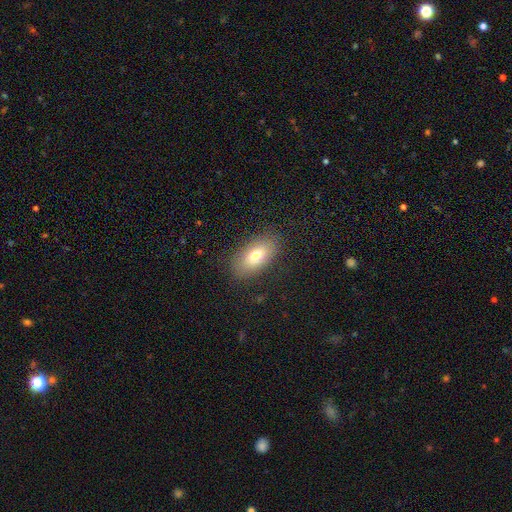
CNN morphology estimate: Overall: smooth (74%). How rounded: in between (89%). Merging: none (85%).